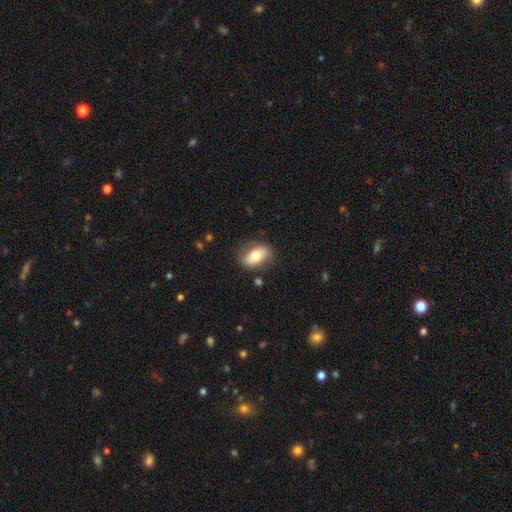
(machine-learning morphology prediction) Smooth or featured? Predicted: smooth (p=0.66). How rounded? Predicted: in between (p=0.89). Merging? Predicted: none (p=0.75).